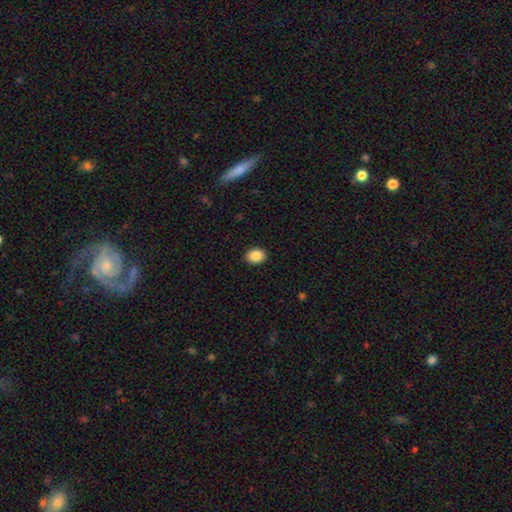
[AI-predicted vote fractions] A smooth galaxy with no disk features (87%) that is in between round and cigar-shaped (61%).

Vote fractions:
- Smooth or featured? smooth: 87% / star or artifact: 8% / featured or disk: 4%
- How rounded? in between: 61% / round: 38% / cigar-shaped: 1%
- Merging? none: 91% / minor disturbance: 7% / major disturbance: 2% / merger: 1%